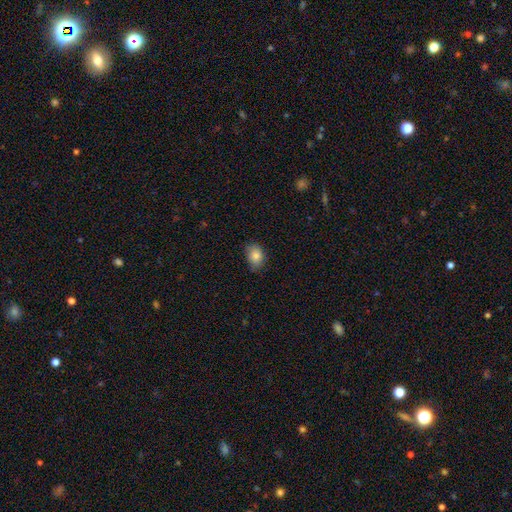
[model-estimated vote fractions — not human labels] smooth 84%, star or artifact 8%, featured or disk 8%. Down the decision tree: how rounded — in between (71%); merging — none (74%).